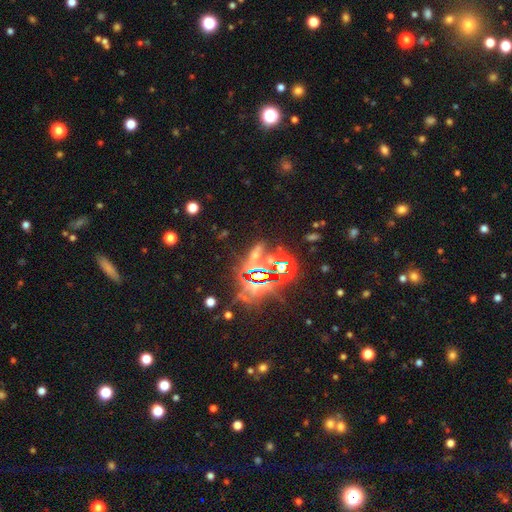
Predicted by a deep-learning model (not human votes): This appears to be a star or artifact, not a galaxy (78%).